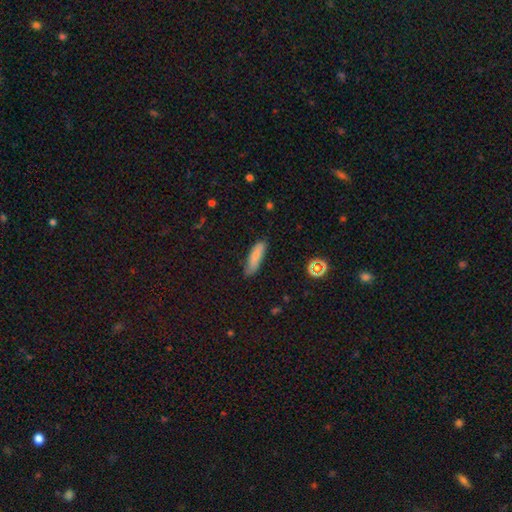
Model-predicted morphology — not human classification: A smooth galaxy with no disk features (80%) that is cigar-shaped (60%).

Vote fractions:
- Smooth or featured? smooth: 80% / featured or disk: 12% / star or artifact: 8%
- How rounded? cigar-shaped: 60% / in between: 38% / round: 2%
- Merging? none: 73% / minor disturbance: 22% / major disturbance: 4% / merger: 2%